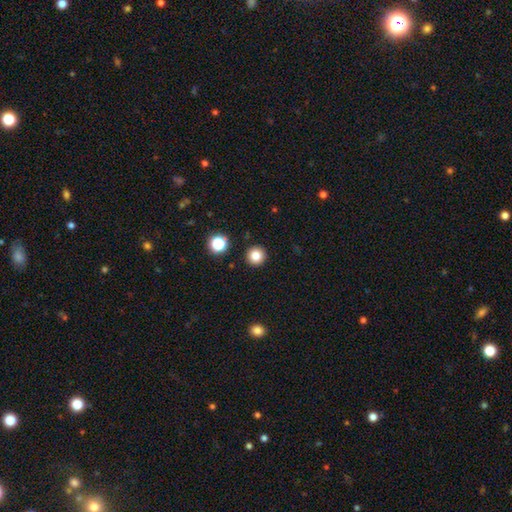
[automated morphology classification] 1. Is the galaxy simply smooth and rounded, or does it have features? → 82% smooth, 13% star or artifact, 5% featured or disk.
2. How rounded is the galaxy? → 96% round, 3% in between, 1% cigar-shaped.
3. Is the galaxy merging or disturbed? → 92% none, 4% minor disturbance, 2% merger, 2% major disturbance.